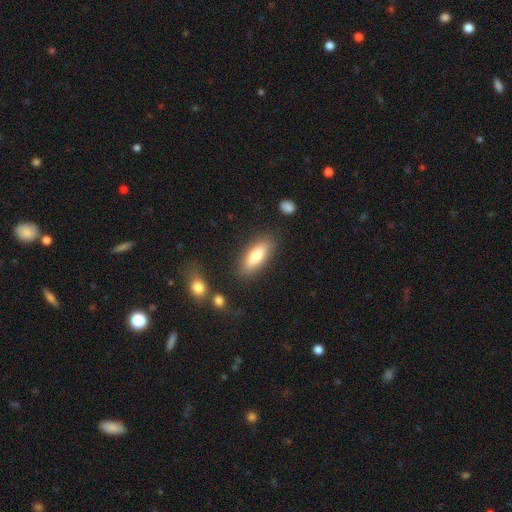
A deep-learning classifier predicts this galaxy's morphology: Smooth or featured? smooth (76%)
How rounded? in between (60%)
Merging? none (83%)